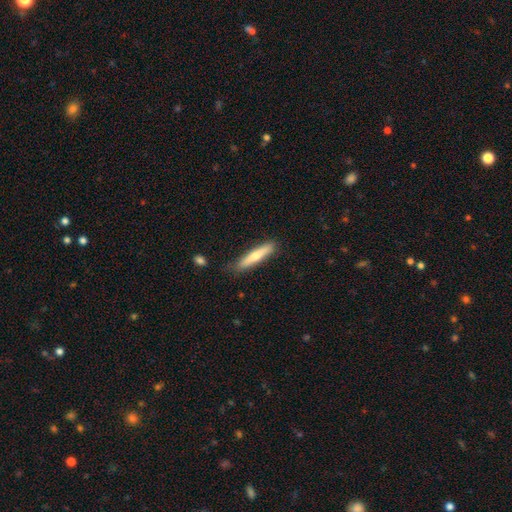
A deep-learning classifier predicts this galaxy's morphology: Overall: smooth (61%; featured or disk 33%). How rounded: cigar-shaped (89%). Merging: none (83%).